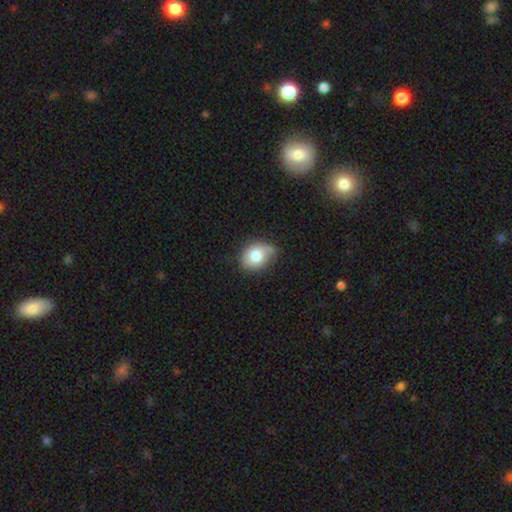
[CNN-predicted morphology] The model was most divided on "how rounded": round: 51%, in between: 48%, cigar-shaped: 1%. More confident: smooth or featured — smooth (77%); merging — none (52%).